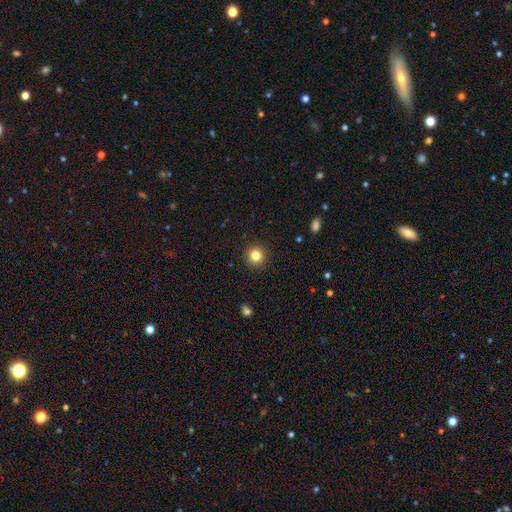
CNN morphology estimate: Smooth or featured? smooth (83%)
How rounded? round (94%)
Merging? none (92%)